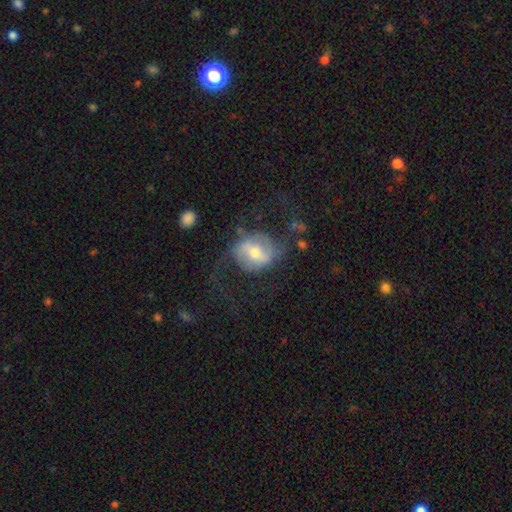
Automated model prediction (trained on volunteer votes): Q: Smooth or featured?
A: featured or disk (64%); runner-up: smooth (29%)
Q: Edge-on disk?
A: no (95%); runner-up: yes (5%)
Q: Bar?
A: weak (43%); runner-up: strong (29%)
Q: Spiral arms?
A: yes (73%); runner-up: no (27%)
Q: Bulge size?
A: moderate (62%); runner-up: small (28%)
Q: Merging?
A: none (52%); runner-up: major disturbance (26%)